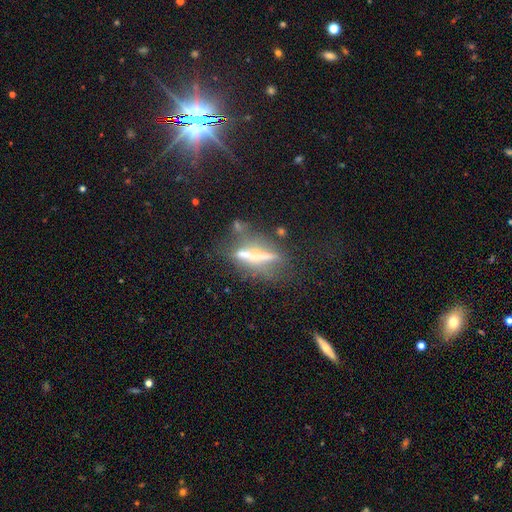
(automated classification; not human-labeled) Smooth or featured? Predicted: featured or disk (p=0.62). Edge-on disk? Predicted: yes (p=0.69). Merging? Predicted: none (p=0.53).